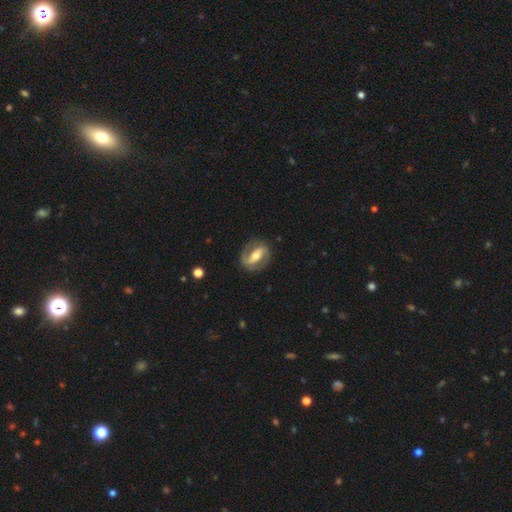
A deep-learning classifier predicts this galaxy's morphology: Smooth or featured? Predicted: featured or disk (p=0.83). Edge-on disk? Predicted: no (p=0.95). Bar? Predicted: strong (p=0.60). Spiral arms? Predicted: yes (p=0.87). Spiral winding? Predicted: medium (p=0.46). Spiral arm count? Predicted: 2 (p=0.88). Bulge size? Predicted: moderate (p=0.67). Merging? Predicted: none (p=0.82).